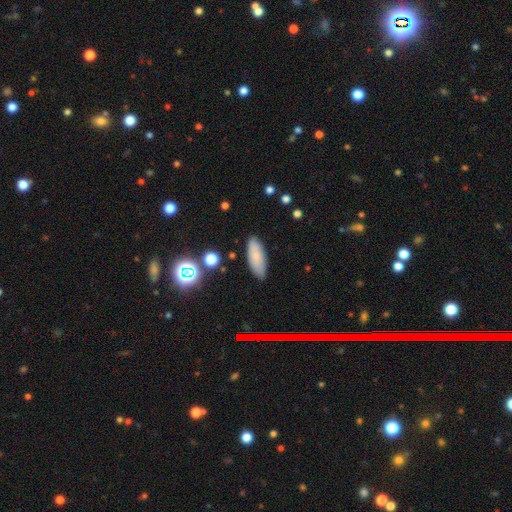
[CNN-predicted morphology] smooth 80%, featured or disk 11%, star or artifact 9%. Down the decision tree: how rounded — in between (71%); merging — none (84%).